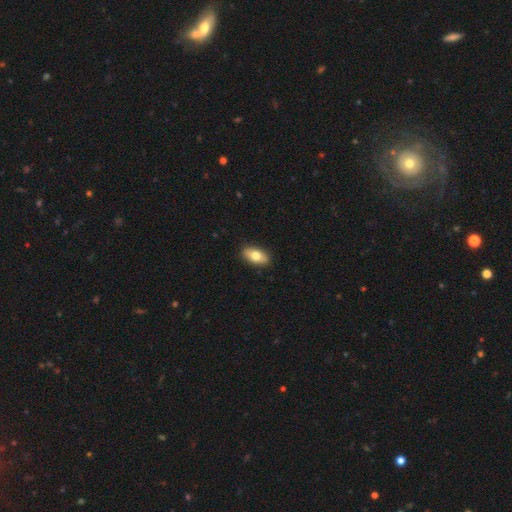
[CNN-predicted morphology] Smooth or featured: smooth — 78% (featured or disk — 16%)
How rounded: in between — 90% (round — 5%)
Merging: none — 89% (minor disturbance — 9%)